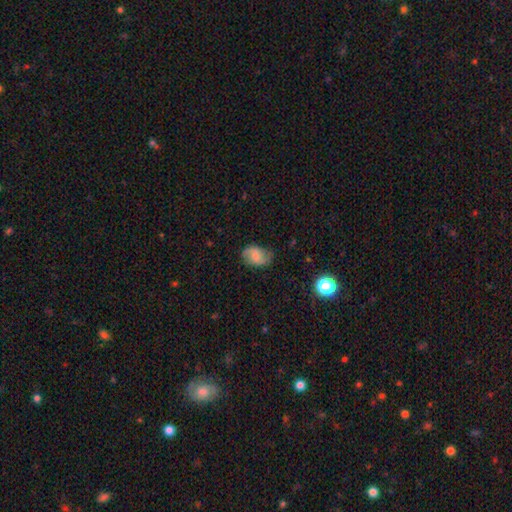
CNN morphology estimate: smooth_or_featured: featured or disk (p=0.52) [alt: smooth p=0.38]
disk_edge_on: no (p=0.97) [alt: yes p=0.03]
bar: weak (p=0.46) [alt: no p=0.42]
has_spiral_arms: yes (p=0.90) [alt: no p=0.10]
bulge_size: small (p=0.36) [alt: moderate p=0.30]
merging: none (p=0.73) [alt: minor disturbance p=0.20]